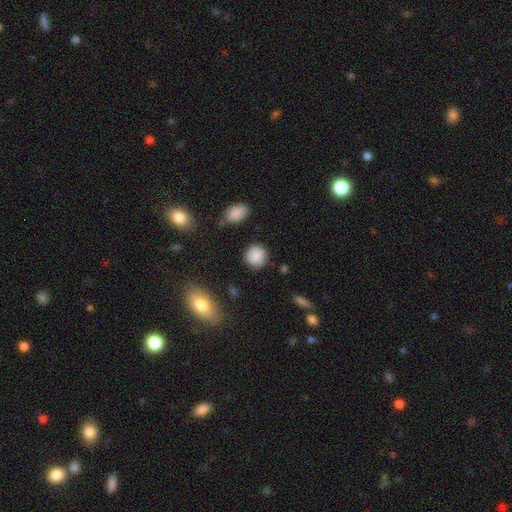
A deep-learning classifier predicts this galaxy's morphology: The model was most divided on "how rounded": round: 82%, in between: 16%, cigar-shaped: 1%. More confident: smooth or featured — smooth (86%); merging — none (82%).